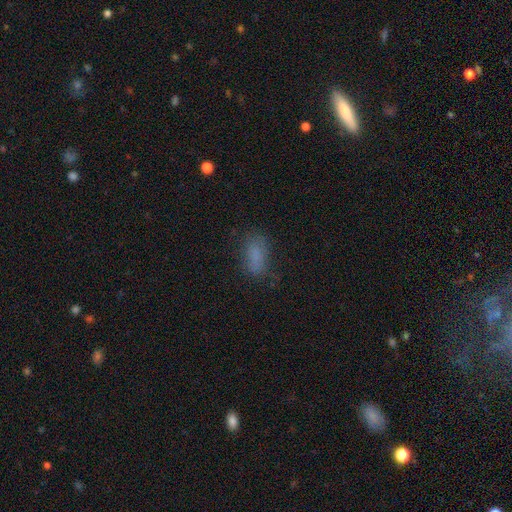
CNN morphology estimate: A smooth galaxy with no disk features (77%) that is in between round and cigar-shaped (85%). Merging: none (68%).